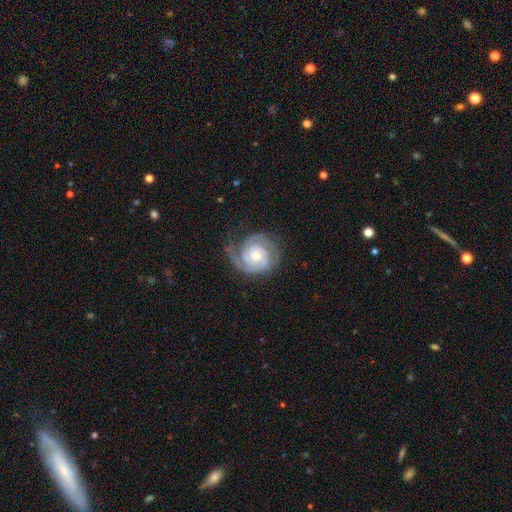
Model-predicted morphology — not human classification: smooth_or_featured: featured or disk (p=0.89) [alt: smooth p=0.06]
disk_edge_on: no (p=0.98) [alt: yes p=0.02]
bar: no (p=0.71) [alt: weak p=0.23]
has_spiral_arms: yes (p=0.98) [alt: no p=0.02]
spiral_winding: tight (p=0.66) [alt: medium p=0.28]
spiral_arm_count: 2 (p=0.67) [alt: 3 p=0.15]
bulge_size: moderate (p=0.50) [alt: small p=0.44]
merging: none (p=0.69) [alt: minor disturbance p=0.19]